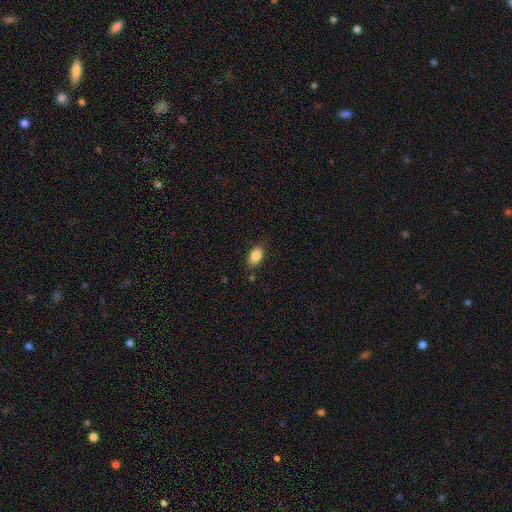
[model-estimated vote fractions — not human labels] Overall: smooth (85%). How rounded: in between (91%). Merging: none (83%).